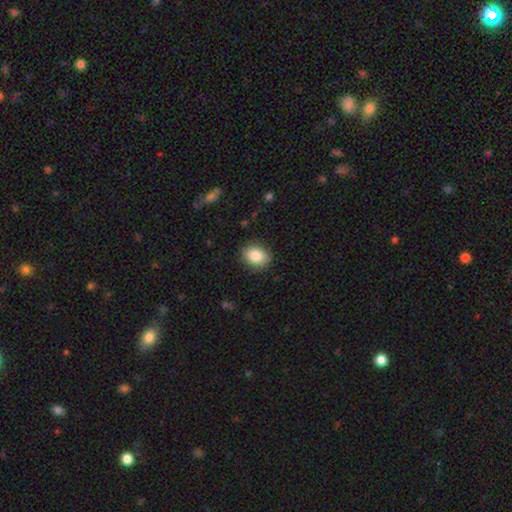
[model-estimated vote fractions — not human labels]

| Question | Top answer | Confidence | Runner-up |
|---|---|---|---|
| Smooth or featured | smooth | 84% | star or artifact (8%) |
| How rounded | in between | 59% | round (40%) |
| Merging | none | 86% | minor disturbance (10%) |